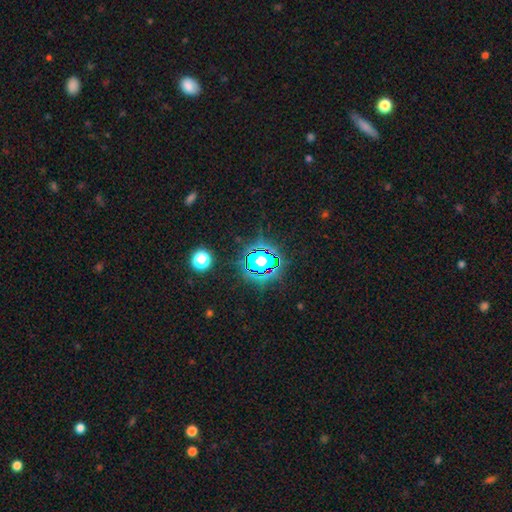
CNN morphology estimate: The model was most divided on "smooth or featured": star or artifact: 78%, smooth: 14%, featured or disk: 8%.